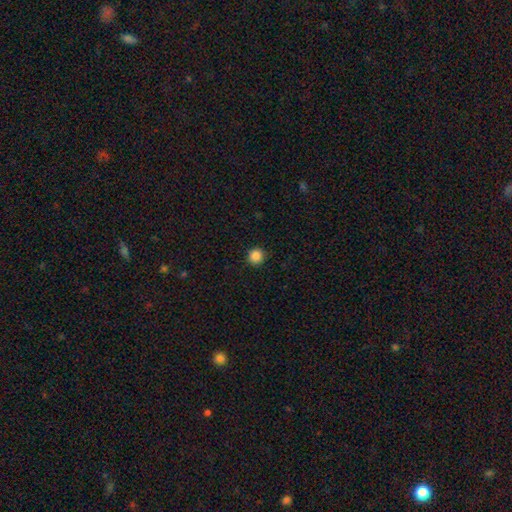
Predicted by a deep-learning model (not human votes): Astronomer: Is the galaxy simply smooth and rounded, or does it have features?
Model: smooth — 86%.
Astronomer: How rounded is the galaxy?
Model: round — 94%.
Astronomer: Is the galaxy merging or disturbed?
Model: none — 91%.